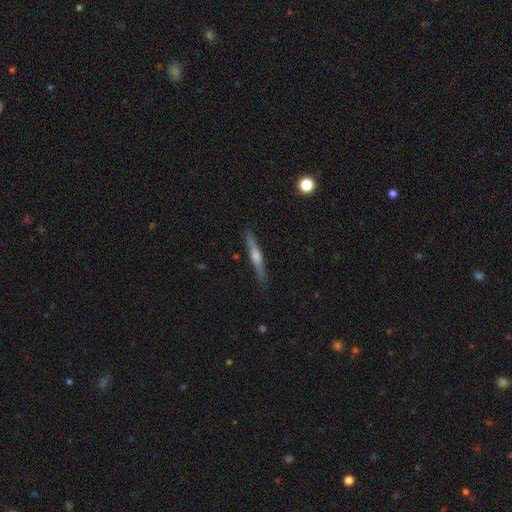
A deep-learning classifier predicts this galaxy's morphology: type=featured or disk (70%); edge-on=yes (97%); edge-on bulge=rounded (83%); merging=none (90%).